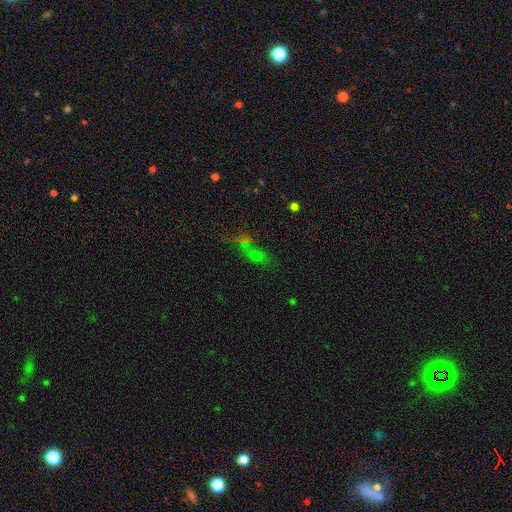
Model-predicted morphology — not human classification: Overall: star or artifact (43%; smooth 41%).